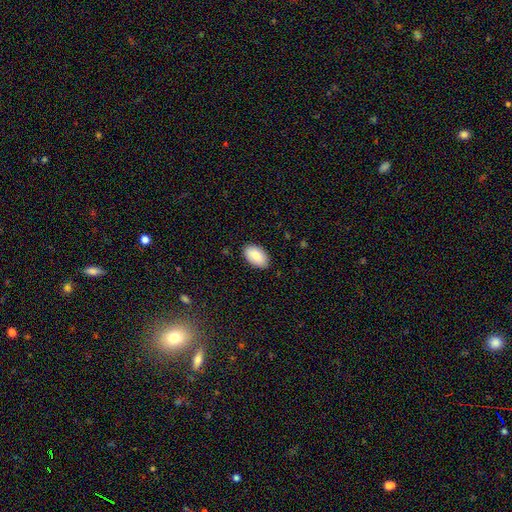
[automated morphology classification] A smooth galaxy with no disk features (87%) that is in between round and cigar-shaped (95%).

Vote fractions:
- Smooth or featured? smooth: 87% / featured or disk: 7% / star or artifact: 6%
- How rounded? in between: 95% / round: 4% / cigar-shaped: 1%
- Merging? none: 88% / minor disturbance: 9% / major disturbance: 2% / merger: 1%